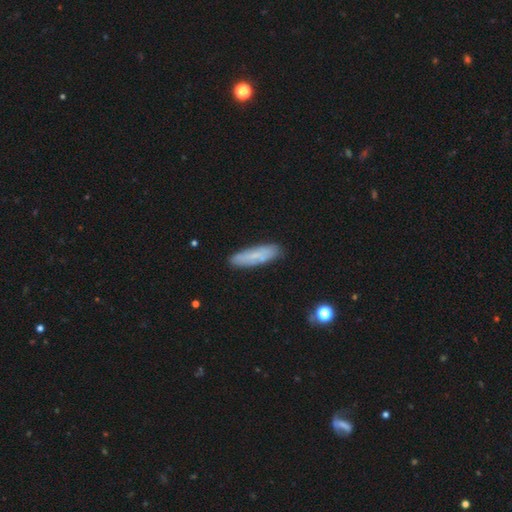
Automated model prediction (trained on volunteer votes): Smooth or featured? Predicted: smooth (p=0.64). How rounded? Predicted: cigar-shaped (p=0.64). Merging? Predicted: none (p=0.84).